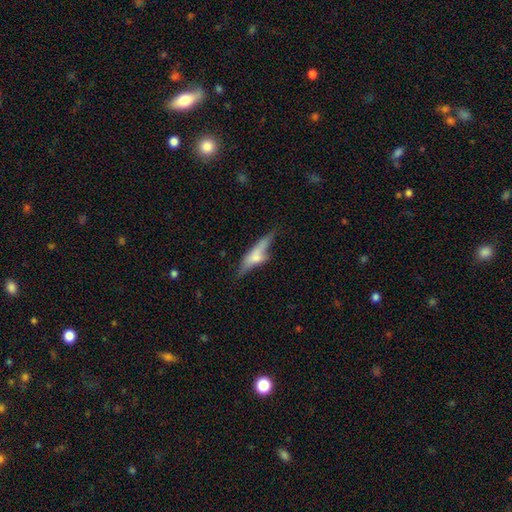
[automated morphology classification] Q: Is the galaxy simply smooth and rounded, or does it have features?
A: smooth — 48%.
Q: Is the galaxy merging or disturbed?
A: none — 50%.